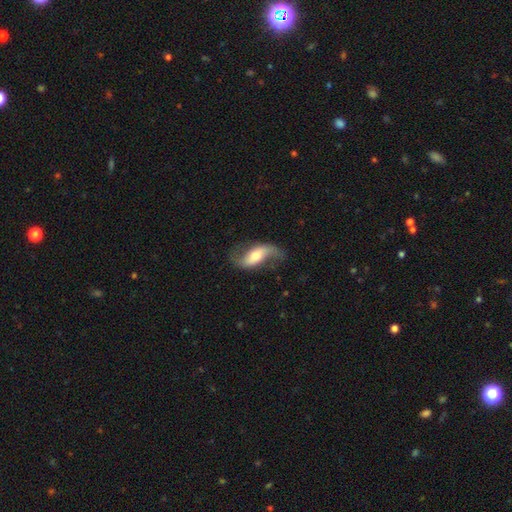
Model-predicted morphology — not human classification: Overall: featured or disk (76%). Edge-on disk: no (93%). Bar: no (37%; weak 35%). Spiral arms: yes (91%). Spiral arm count: 2 (90%). Spiral winding: loose (81%). Bulge size: moderate (60%; small 26%). Merging: none (67%).